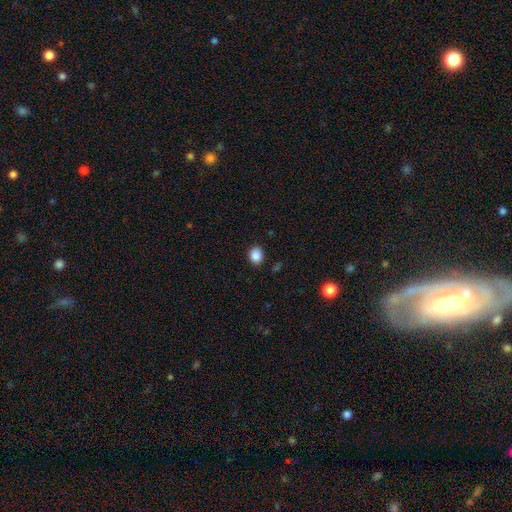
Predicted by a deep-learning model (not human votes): This appears to be a smooth galaxy with no disk features (87%) that is round (61%). Merging: none (86%).